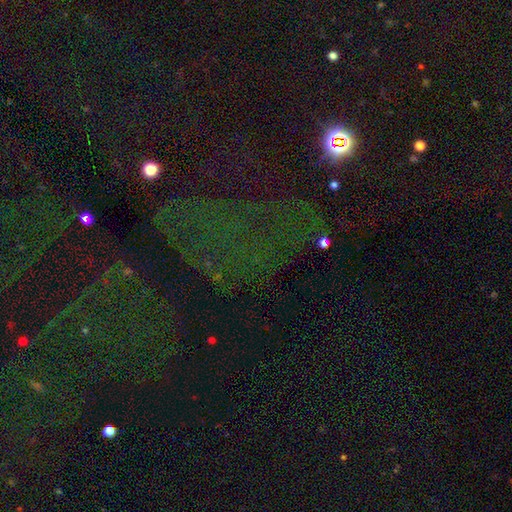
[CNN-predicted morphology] type=star or artifact (76%).